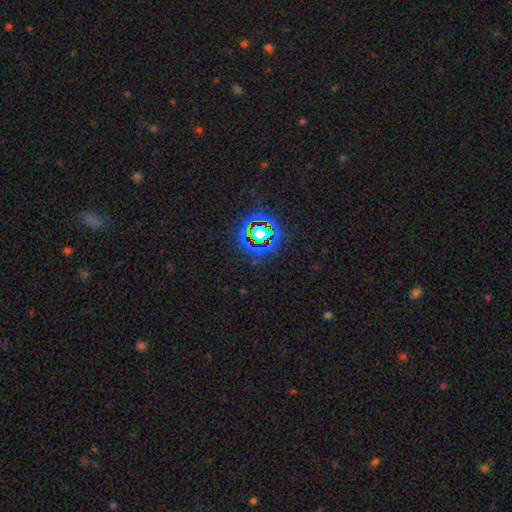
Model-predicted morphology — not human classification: This is likely a star or artifact rather than a galaxy (72%).